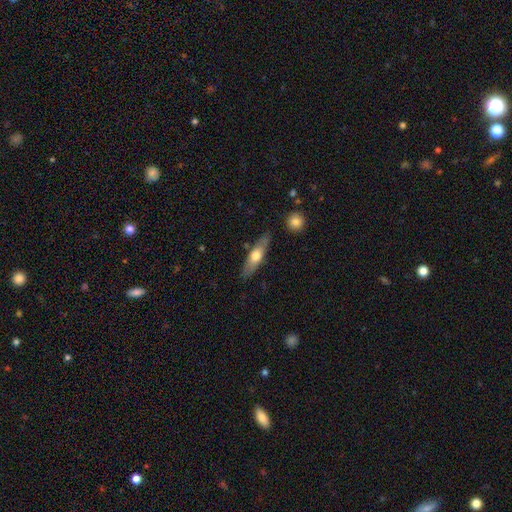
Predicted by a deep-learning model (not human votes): The model was most divided on "smooth or featured": smooth: 52%, featured or disk: 43%, star or artifact: 5%. More confident: merging — none (83%); how rounded — cigar-shaped (63%).